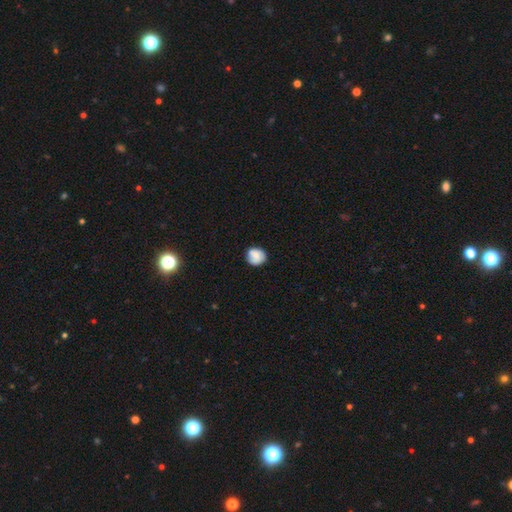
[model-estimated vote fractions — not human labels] smooth 74%, featured or disk 18%, star or artifact 8%. Down the decision tree: how rounded — round (79%); merging — none (70%).